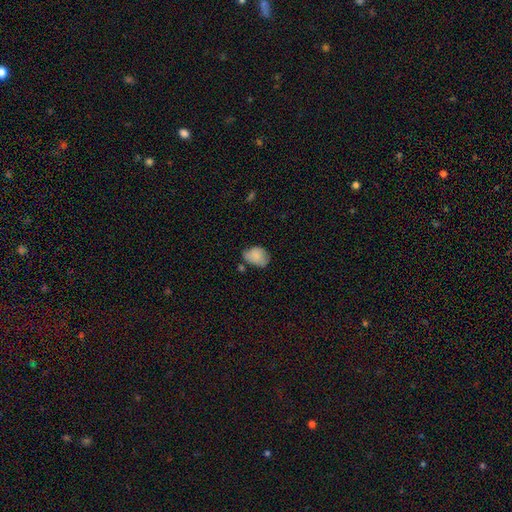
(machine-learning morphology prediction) Smooth or featured? Predicted: smooth (p=0.81). How rounded? Predicted: in between (p=0.70). Merging? Predicted: none (p=0.45).